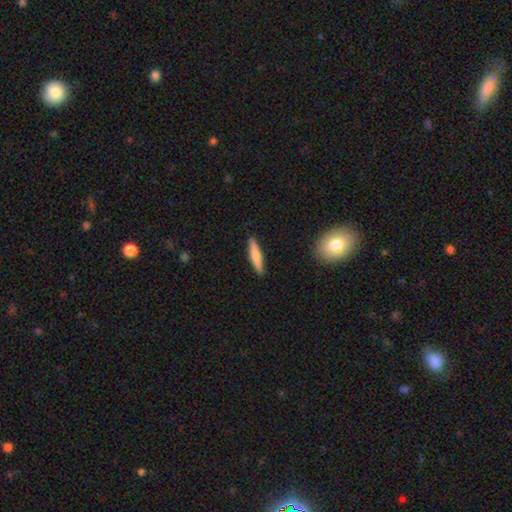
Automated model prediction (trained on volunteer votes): A smooth galaxy with no disk features (66%) that is cigar-shaped (87%).

Vote fractions:
- Smooth or featured? smooth: 66% / featured or disk: 29% / star or artifact: 6%
- How rounded? cigar-shaped: 87% / in between: 11% / round: 2%
- Merging? none: 91% / minor disturbance: 7% / major disturbance: 1% / merger: 1%